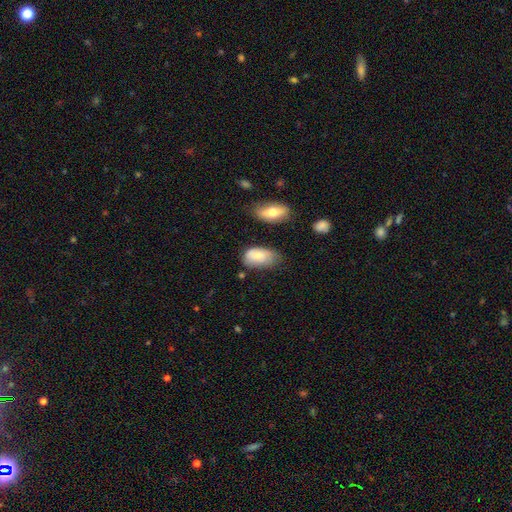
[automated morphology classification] Smooth or featured? Predicted: smooth (p=0.72). How rounded? Predicted: in between (p=0.92). Merging? Predicted: none (p=0.46).